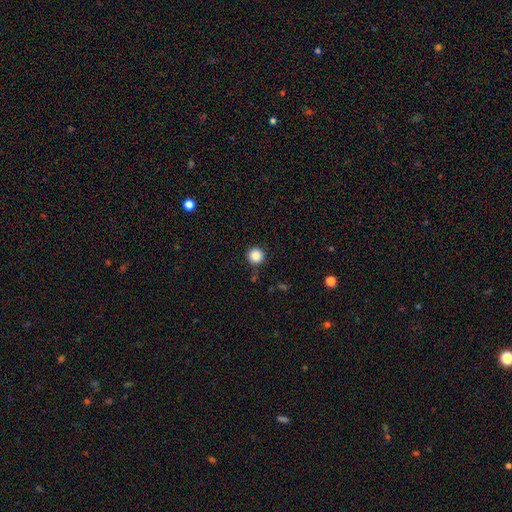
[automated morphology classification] Smooth or featured: smooth — 87% (star or artifact — 10%)
How rounded: round — 96% (in between — 3%)
Merging: none — 89% (minor disturbance — 7%)